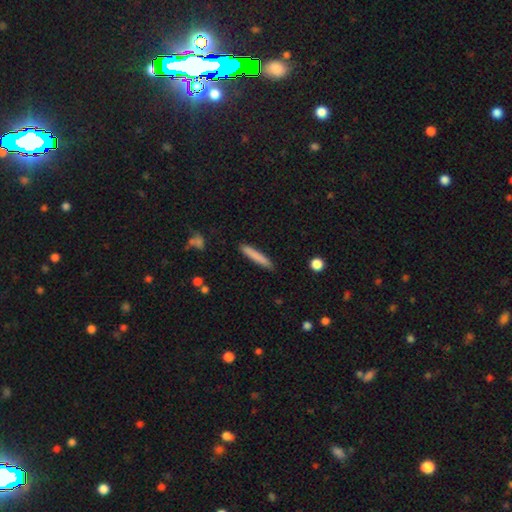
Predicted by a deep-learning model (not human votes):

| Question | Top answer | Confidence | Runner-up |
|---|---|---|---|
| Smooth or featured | smooth | 80% | featured or disk (14%) |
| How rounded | cigar-shaped | 94% | in between (5%) |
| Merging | none | 88% | minor disturbance (9%) |